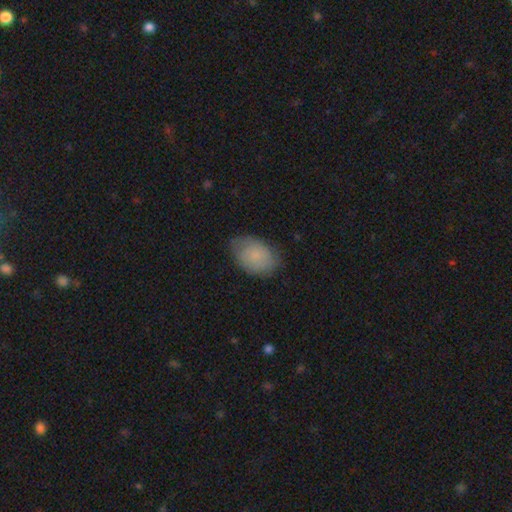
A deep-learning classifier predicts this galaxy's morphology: smooth_or_featured: smooth (p=0.75) [alt: featured or disk p=0.18]
how_rounded: in between (p=0.85) [alt: round p=0.14]
merging: none (p=0.70) [alt: minor disturbance p=0.24]